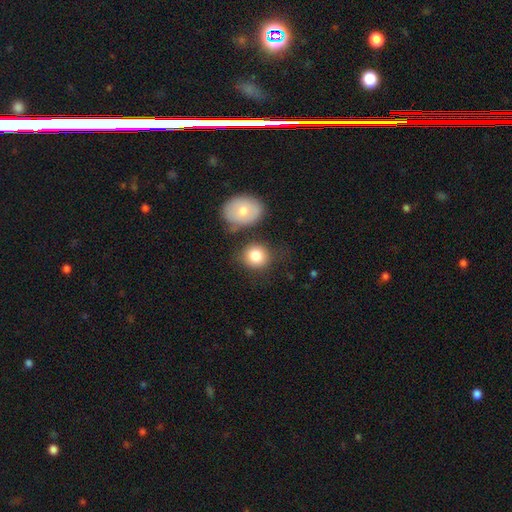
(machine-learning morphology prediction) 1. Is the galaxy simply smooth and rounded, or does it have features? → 82% smooth, 10% featured or disk, 8% star or artifact.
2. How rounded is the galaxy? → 78% round, 21% in between, 1% cigar-shaped.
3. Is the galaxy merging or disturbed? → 68% none, 14% merger, 13% minor disturbance, 5% major disturbance.